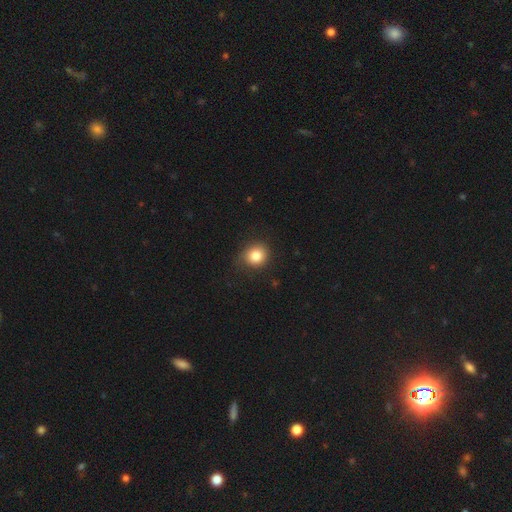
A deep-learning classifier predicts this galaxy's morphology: A smooth galaxy with no disk features (83%) that is round (79%). Merging: none (78%).